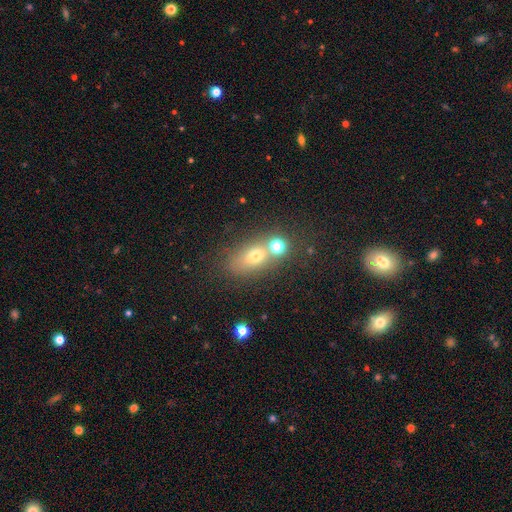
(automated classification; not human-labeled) This is likely a smooth galaxy (64%). How rounded: likely in between (65%). Merging: marginally merger (43%).